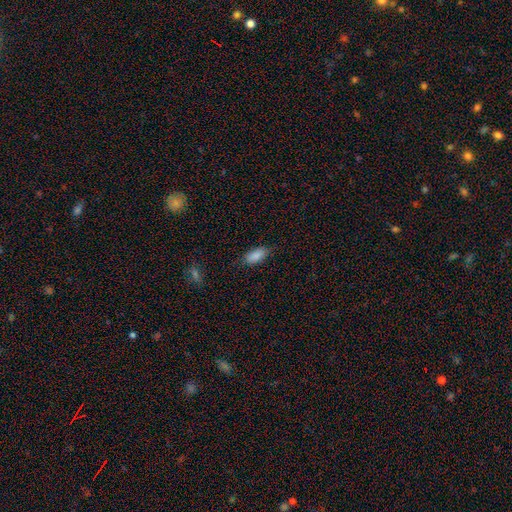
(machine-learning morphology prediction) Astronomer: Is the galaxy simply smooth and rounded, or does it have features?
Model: smooth — 87%.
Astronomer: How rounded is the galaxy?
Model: in between — 88%.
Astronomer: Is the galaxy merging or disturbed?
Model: none — 75%.